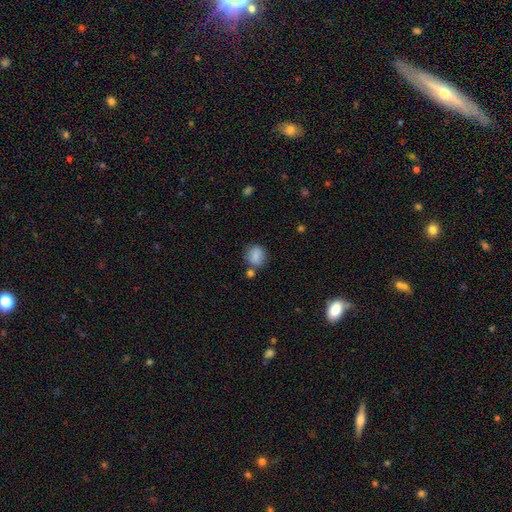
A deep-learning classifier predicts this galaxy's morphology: This appears to be a smooth galaxy with no disk features (83%) that is round (74%). Merging: none (67%).